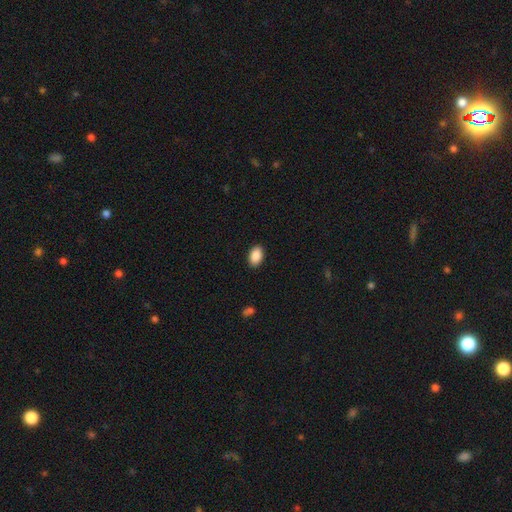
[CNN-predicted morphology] Smooth or featured? smooth (90%)
How rounded? in between (92%)
Merging? none (90%)